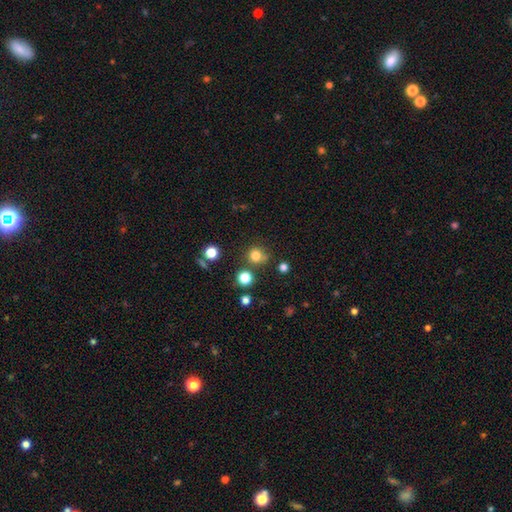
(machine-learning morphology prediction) Smooth or featured?
  - smooth: 78% *
  - star or artifact: 16%
  - featured or disk: 6%
How rounded?
  - round: 91% *
  - in between: 8%
  - cigar-shaped: 1%
Merging?
  - none: 73% *
  - minor disturbance: 12%
  - merger: 11%
  - major disturbance: 4%